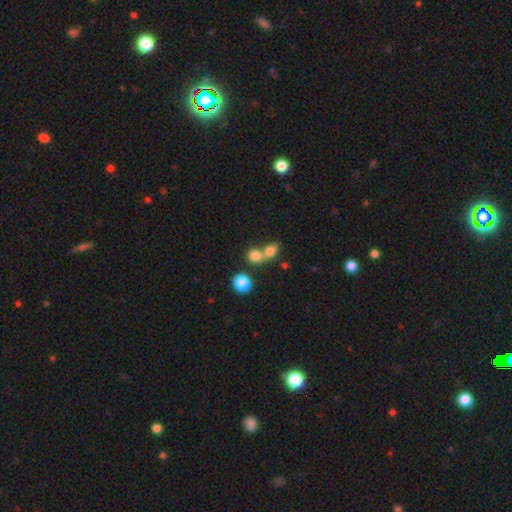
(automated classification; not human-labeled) Smooth or featured?
  - smooth: 79% *
  - star or artifact: 12%
  - featured or disk: 9%
How rounded?
  - round: 65% *
  - in between: 33%
  - cigar-shaped: 2%
Merging?
  - merger: 52% *
  - none: 37%
  - minor disturbance: 7%
  - major disturbance: 3%